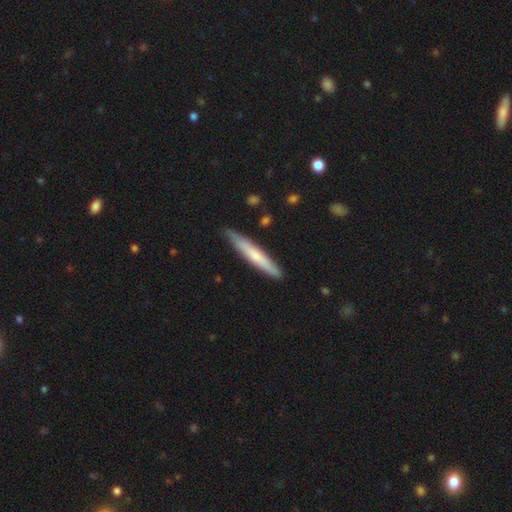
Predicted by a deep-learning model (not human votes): Smooth or featured?
  - smooth: 60% *
  - featured or disk: 35%
  - star or artifact: 5%
How rounded?
  - cigar-shaped: 95% *
  - in between: 4%
  - round: 1%
Merging?
  - none: 87% *
  - minor disturbance: 10%
  - major disturbance: 2%
  - merger: 1%